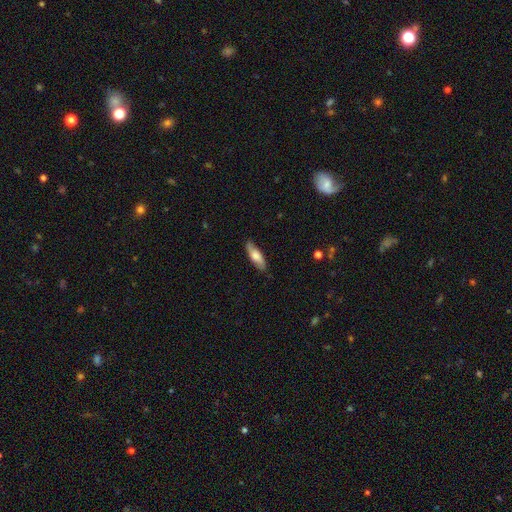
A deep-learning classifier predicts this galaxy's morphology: A smooth galaxy with no disk features (59%) that is in between round and cigar-shaped (53%). Merging: none (82%).